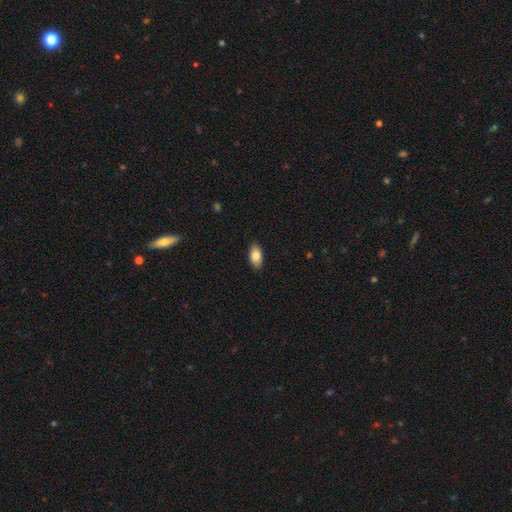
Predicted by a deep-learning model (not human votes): smooth-or-featured: smooth: 85% | featured or disk: 8% | star or artifact: 7%
  how-rounded: in between: 93% | cigar-shaped: 4% | round: 3%
  merging: none: 88% | minor disturbance: 9% | major disturbance: 2% | merger: 1%